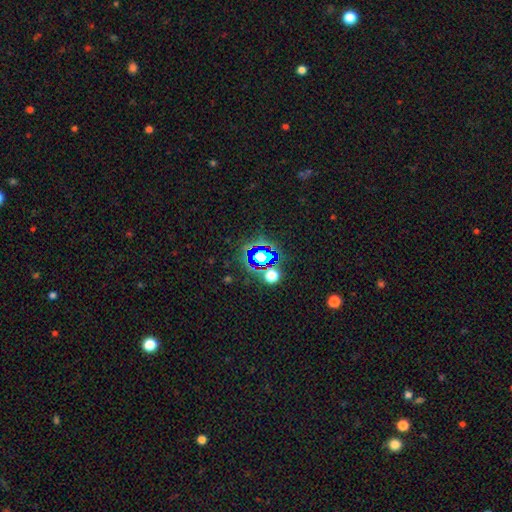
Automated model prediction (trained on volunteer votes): Smooth or featured: star or artifact — 73% (smooth — 18%)